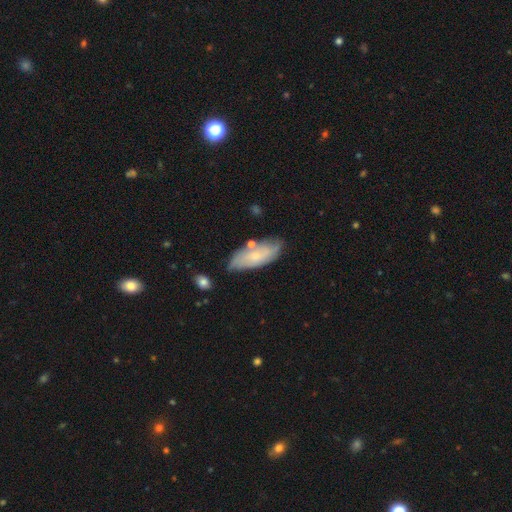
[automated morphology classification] smooth_or_featured: smooth (p=0.53) [alt: featured or disk p=0.41]
how_rounded: in between (p=0.77) [alt: cigar-shaped p=0.21]
merging: none (p=0.65) [alt: minor disturbance p=0.23]